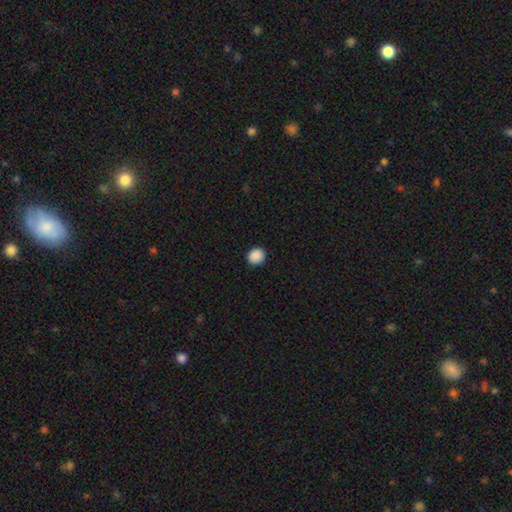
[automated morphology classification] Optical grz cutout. It shows a smooth galaxy with no disk features (89%) that is round (88%). Merging: none (93%).